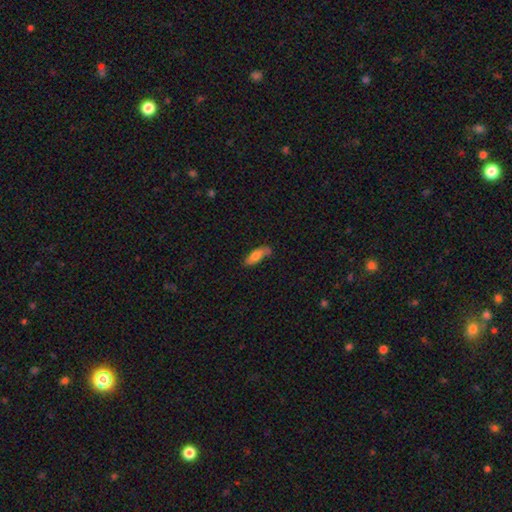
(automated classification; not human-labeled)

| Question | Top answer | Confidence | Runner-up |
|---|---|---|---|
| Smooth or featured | smooth | 74% | featured or disk (20%) |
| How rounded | in between | 62% | cigar-shaped (36%) |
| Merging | none | 65% | minor disturbance (26%) |